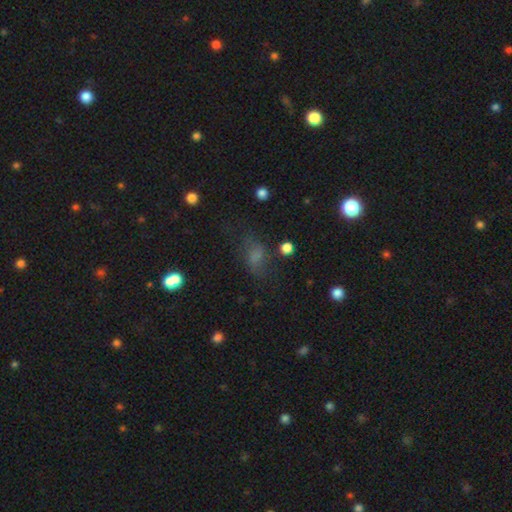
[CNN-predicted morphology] This is possibly a smooth galaxy (58%). How rounded: likely in between (77%). Merging: possibly none (57%).